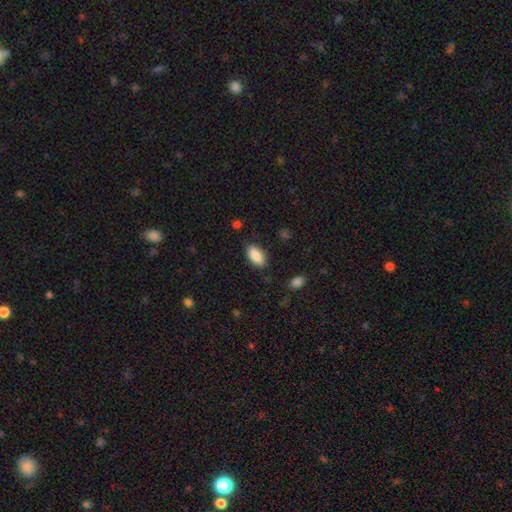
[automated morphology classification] smooth 89%, star or artifact 7%, featured or disk 4%. Down the decision tree: how rounded — in between (91%); merging — none (84%).